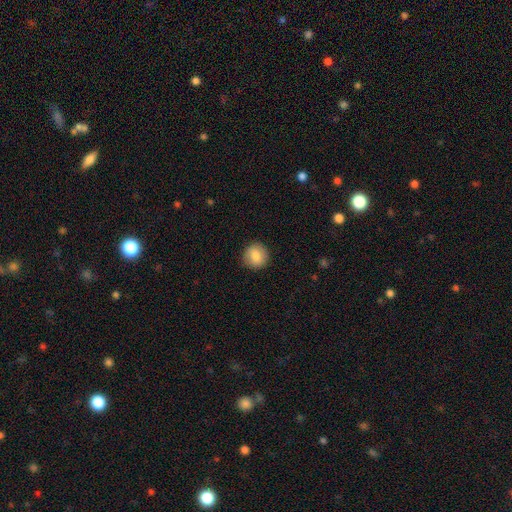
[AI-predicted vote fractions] Smooth or featured? smooth (84%)
How rounded? round (92%)
Merging? none (90%)